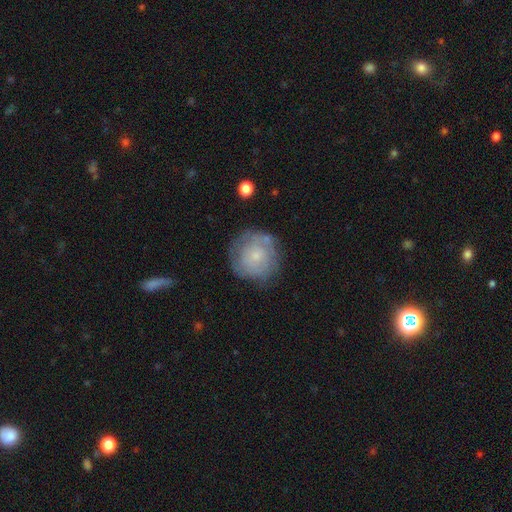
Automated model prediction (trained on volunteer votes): Morphology: type=featured or disk (46%, tied with smooth); merging=none (70%).